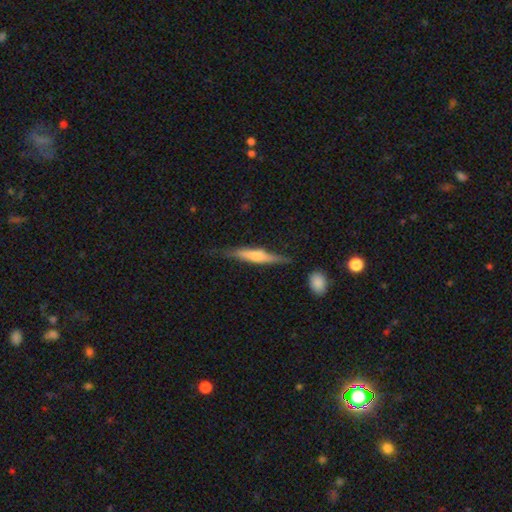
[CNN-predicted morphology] A featured or disk galaxy (59%) viewed edge-on (94%) with a rounded central bulge (71%). Merging: none (74%).